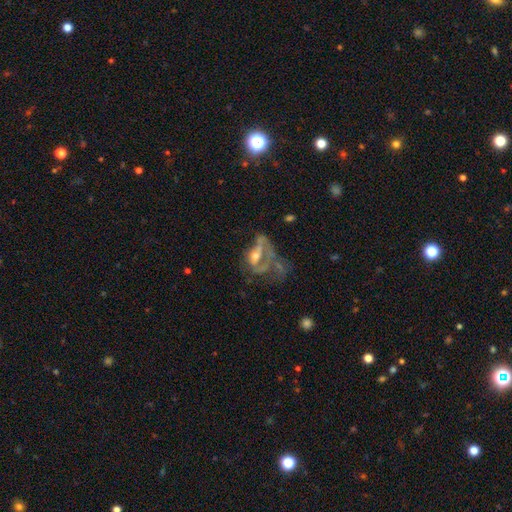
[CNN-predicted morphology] smooth-or-featured: featured or disk: 63% | smooth: 23% | star or artifact: 14%
  disk-edge-on: no: 94% | yes: 6%
    bar: no: 73% | weak: 20% | strong: 7%
    has-spiral-arms: no: 63% | yes: 37%
    bulge-size: moderate: 48% | small: 33% | none: 11% | large: 6% | dominant: 2%
  merging: major disturbance: 51% | merger: 19% | none: 17% | minor disturbance: 12%